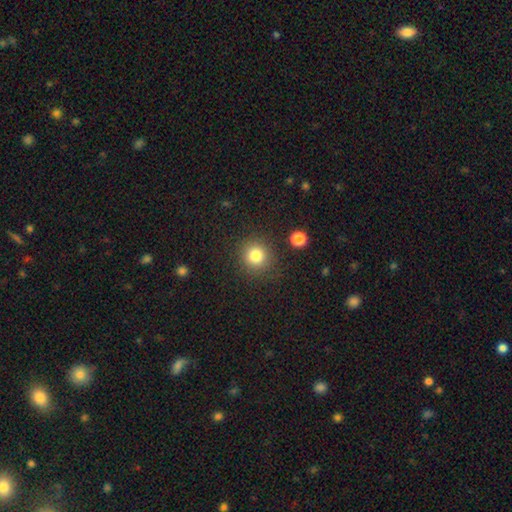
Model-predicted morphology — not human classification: Smooth or featured? Predicted: smooth (p=0.82). How rounded? Predicted: round (p=0.91). Merging? Predicted: none (p=0.86).